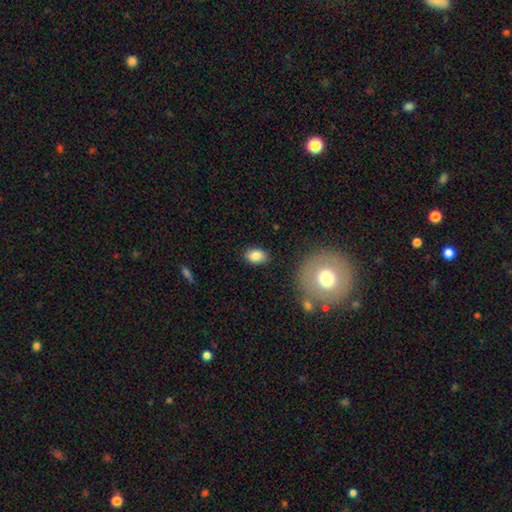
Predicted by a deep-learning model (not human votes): Q: Smooth or featured?
A: smooth (85%); runner-up: star or artifact (8%)
Q: How rounded?
A: in between (84%); runner-up: round (14%)
Q: Merging?
A: none (85%); runner-up: minor disturbance (10%)